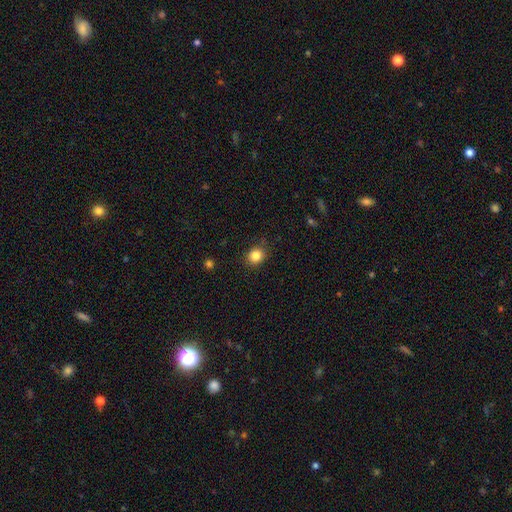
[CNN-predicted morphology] Smooth or featured?
  - smooth: 84% *
  - star or artifact: 11%
  - featured or disk: 5%
How rounded?
  - round: 72% *
  - in between: 27%
  - cigar-shaped: 1%
Merging?
  - none: 86% *
  - minor disturbance: 10%
  - major disturbance: 3%
  - merger: 1%